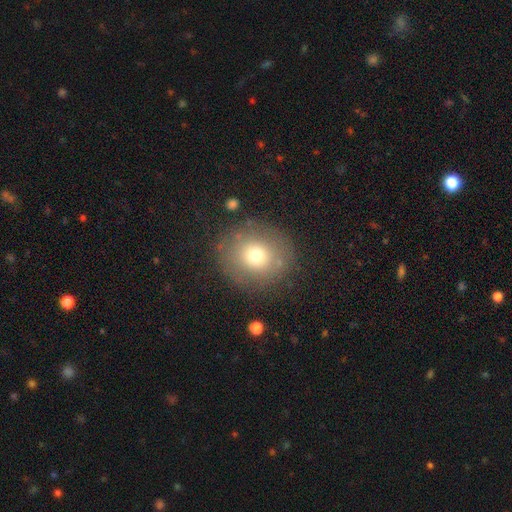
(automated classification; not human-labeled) Morphology: type=smooth (69%); roundness=round (83%); merging=none (81%).